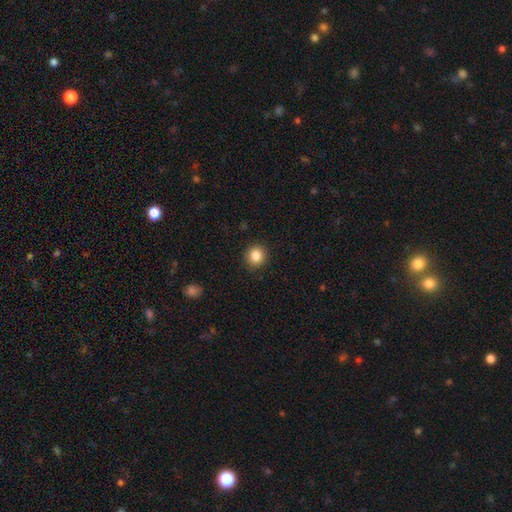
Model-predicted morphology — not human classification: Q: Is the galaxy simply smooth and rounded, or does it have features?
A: smooth — 85%.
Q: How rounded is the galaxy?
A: round — 87%.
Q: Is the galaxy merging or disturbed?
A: none — 91%.